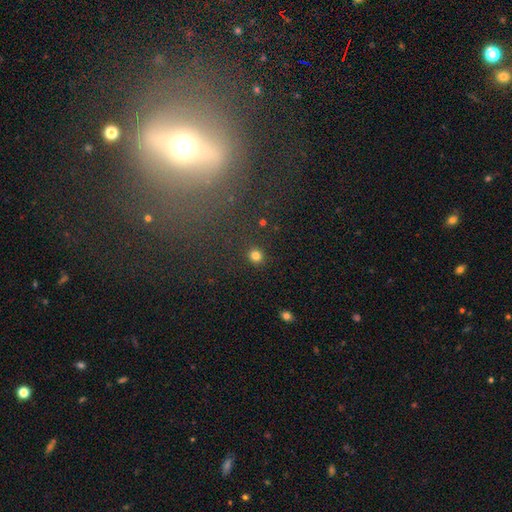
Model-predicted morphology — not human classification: Smooth or featured? Predicted: smooth (p=0.81). How rounded? Predicted: round (p=0.87). Merging? Predicted: none (p=0.89).